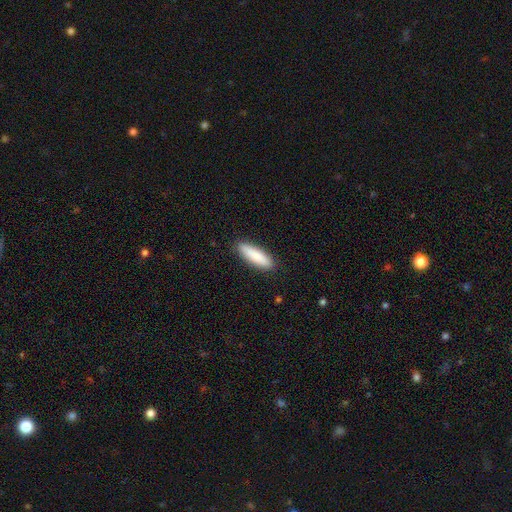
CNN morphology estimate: Smooth or featured? Predicted: smooth (p=0.85). How rounded? Predicted: cigar-shaped (p=0.65). Merging? Predicted: none (p=0.89).